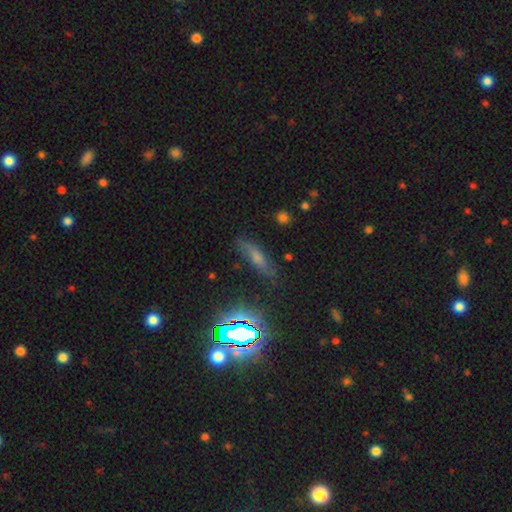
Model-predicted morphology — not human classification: A smooth galaxy with no disk features (46%). Merging: none (76%).